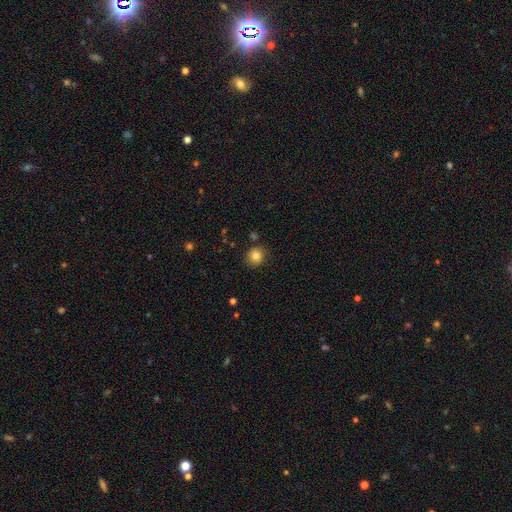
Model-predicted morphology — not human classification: Smooth or featured? Predicted: smooth (p=0.84). How rounded? Predicted: round (p=0.89). Merging? Predicted: none (p=0.84).